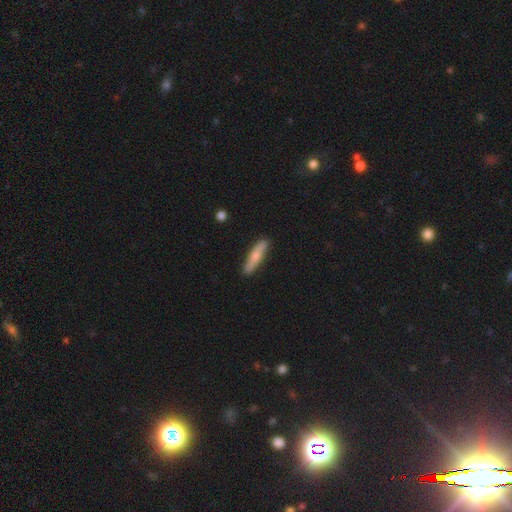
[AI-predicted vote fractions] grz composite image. It shows a smooth galaxy with no disk features (61%) that is cigar-shaped (83%). Merging: none (86%).